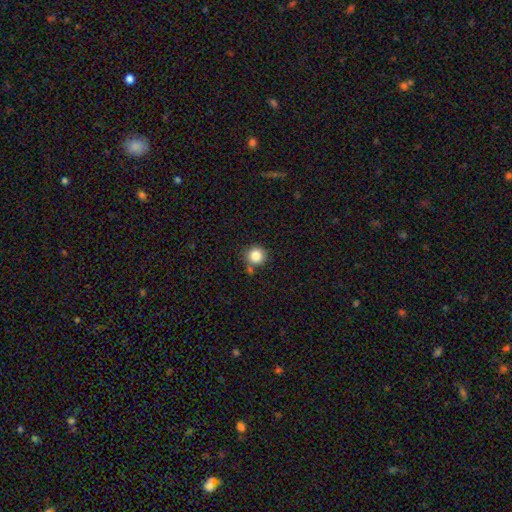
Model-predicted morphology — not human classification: Smooth or featured? Predicted: smooth (p=0.84). How rounded? Predicted: round (p=0.94). Merging? Predicted: none (p=0.76).